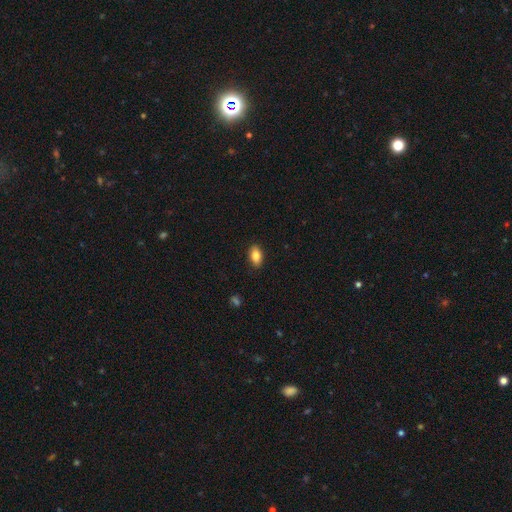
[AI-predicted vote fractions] Overall: smooth (84%). How rounded: in between (90%). Merging: none (88%).